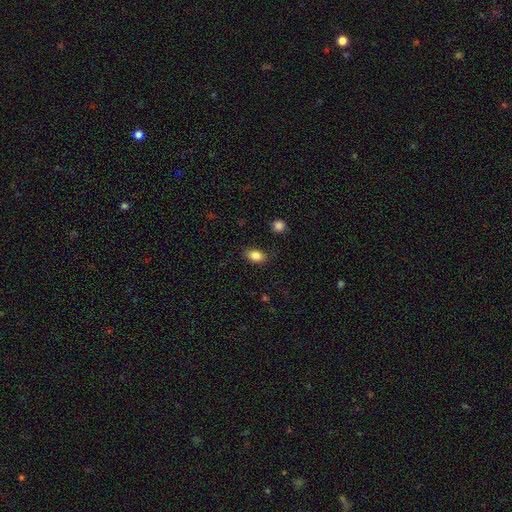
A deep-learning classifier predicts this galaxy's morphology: Overall: smooth (85%). How rounded: in between (86%). Merging: none (81%).